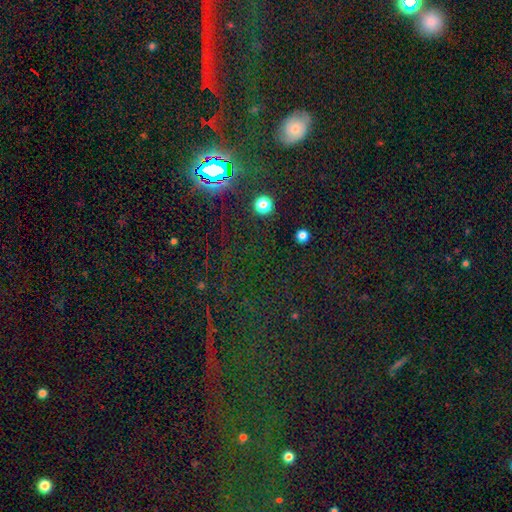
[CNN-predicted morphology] This is likely a star or artifact rather than a galaxy (72%).